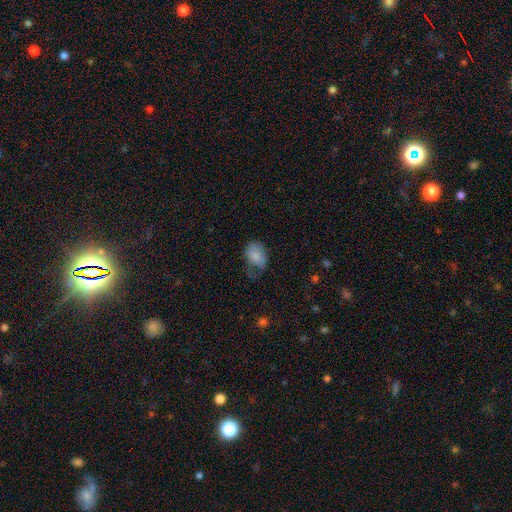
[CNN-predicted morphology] smooth 81%, featured or disk 12%, star or artifact 8%. Down the decision tree: how rounded — in between (84%); merging — none (36%).